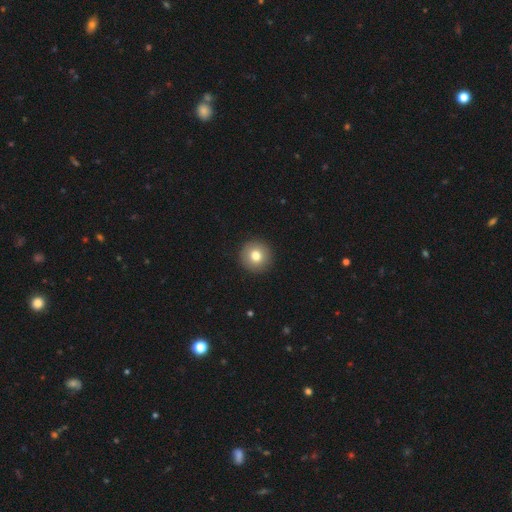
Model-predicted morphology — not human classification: Smooth or featured? Predicted: smooth (p=0.78). How rounded? Predicted: round (p=0.96). Merging? Predicted: none (p=0.93).